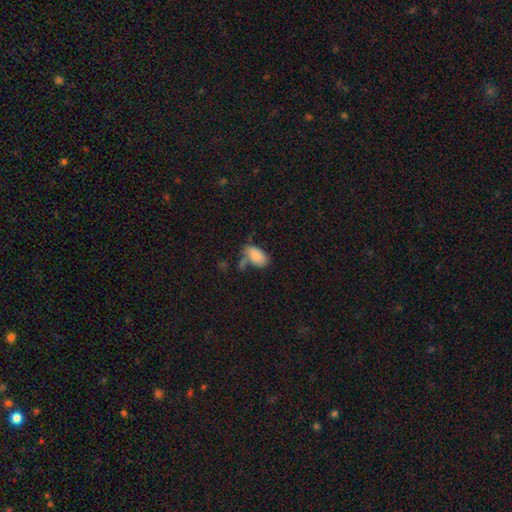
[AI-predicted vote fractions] smooth-or-featured: smooth: 84% | star or artifact: 8% | featured or disk: 8%
  how-rounded: in between: 93% | round: 5% | cigar-shaped: 2%
  merging: none: 45% | minor disturbance: 22% | merger: 20% | major disturbance: 13%